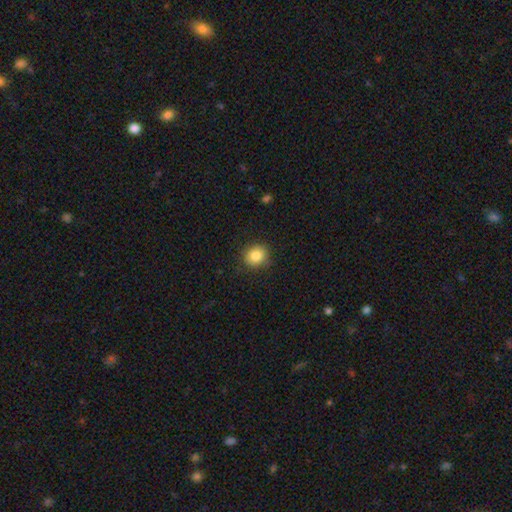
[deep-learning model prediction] smooth 84%, star or artifact 10%, featured or disk 6%. Down the decision tree: how rounded — round (86%); merging — none (86%).